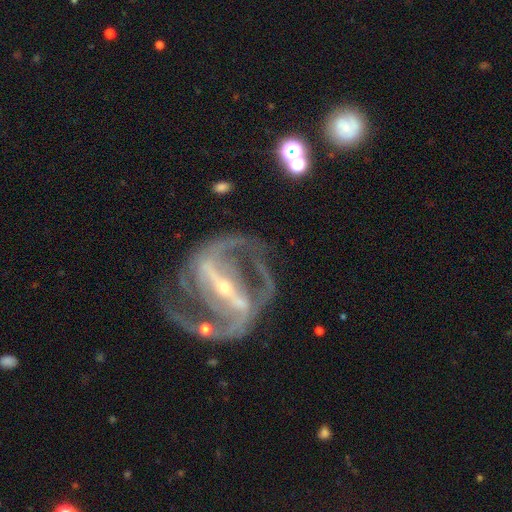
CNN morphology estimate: The model was most divided on "spiral winding": medium: 55%, tight: 27%, loose: 17%. More confident: spiral arms — yes (96%); edge-on disk — no (95%); smooth or featured — featured or disk (92%); spiral arm count — 2 (88%); bar — strong (84%); bulge size — small (77%); merging — none (68%).